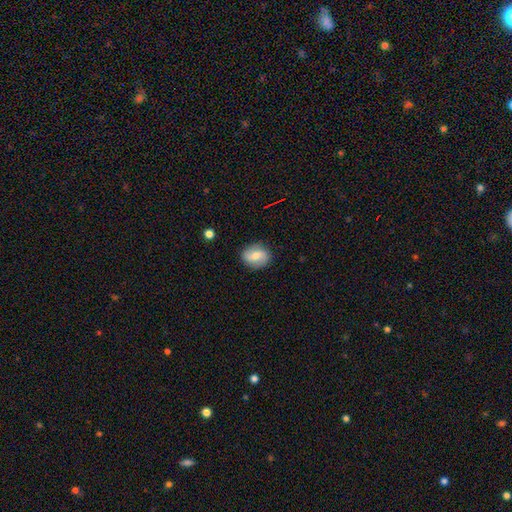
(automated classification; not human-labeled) A smooth galaxy with no disk features (48%). Merging: none (85%).